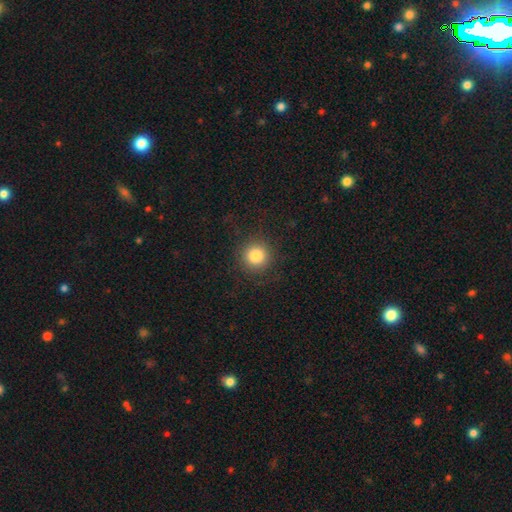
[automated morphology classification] A smooth galaxy with no disk features (83%) that is round (95%). Merging: none (88%).